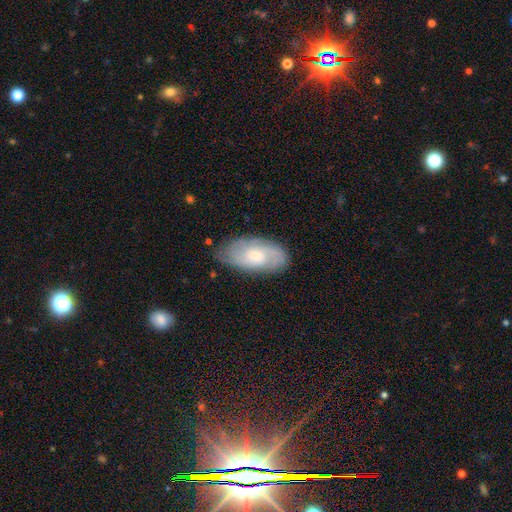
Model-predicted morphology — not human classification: A featured or disk galaxy (64%) with no bar (62%), 2 (37%) tight (47%) spiral arms (90%) and a moderate central bulge (47%, tied with small). Merging: none (76%).